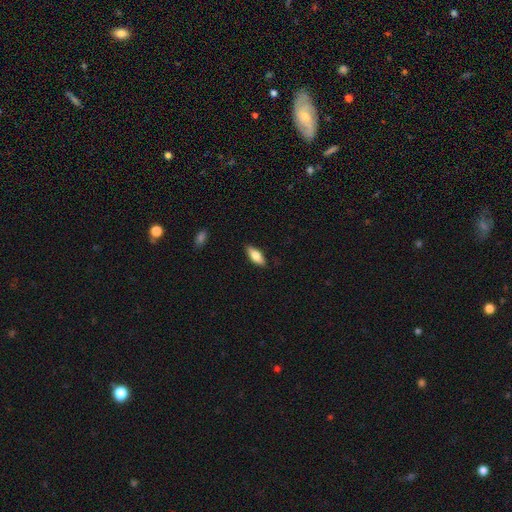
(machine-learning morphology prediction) This is likely a smooth galaxy (68%). How rounded: likely in between (71%). Merging: clearly none (85%).